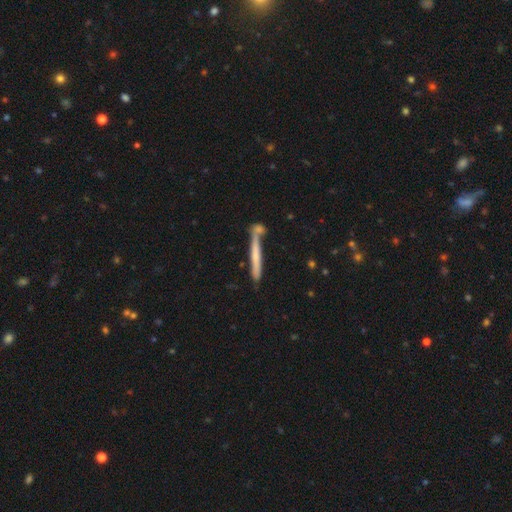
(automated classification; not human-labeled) Morphology: type=smooth (51%); roundness=cigar-shaped (96%); merging=none (64%).